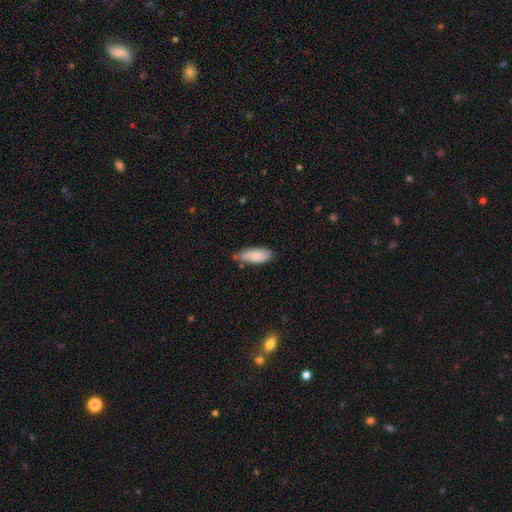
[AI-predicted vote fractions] A smooth galaxy with no disk features (82%) that is in between round and cigar-shaped (81%).

Vote fractions:
- Smooth or featured? smooth: 82% / featured or disk: 12% / star or artifact: 6%
- How rounded? in between: 81% / cigar-shaped: 17% / round: 2%
- Merging? none: 62% / minor disturbance: 29% / merger: 5% / major disturbance: 4%